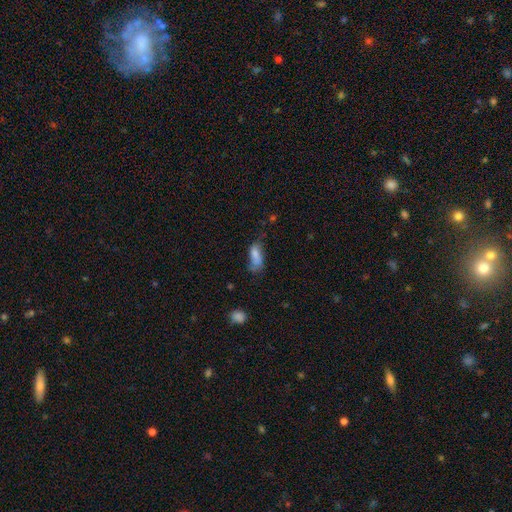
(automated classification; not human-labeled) This is likely a smooth galaxy (75%). How rounded: clearly in between (83%). Merging: marginally none (39%).